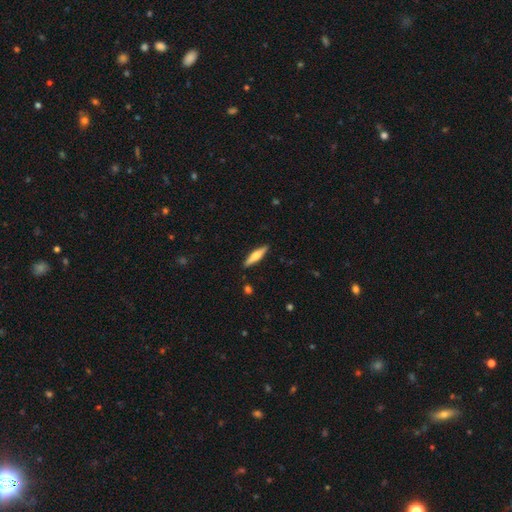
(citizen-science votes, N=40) A smooth galaxy with no disk features (57%) that is cigar-shaped (74%). Merging: none (92%).